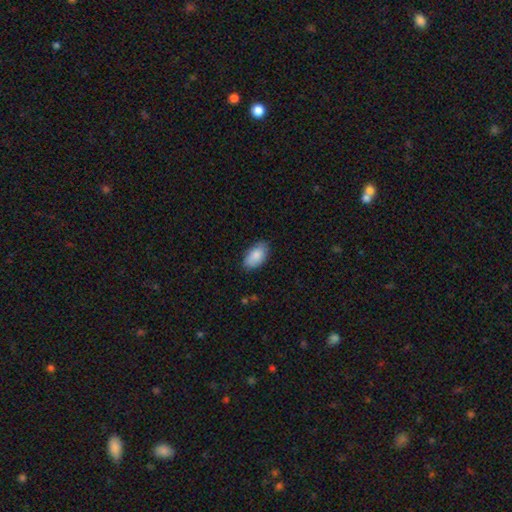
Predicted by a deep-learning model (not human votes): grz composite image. It shows a smooth galaxy with no disk features (86%) that is in between round and cigar-shaped (94%). Merging: none (77%).